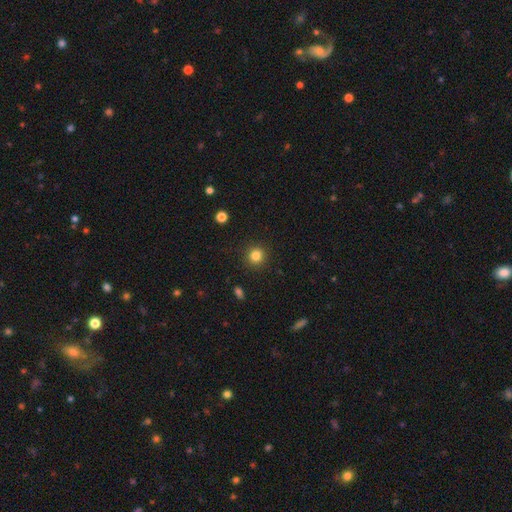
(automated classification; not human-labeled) Overall: smooth (83%). How rounded: round (91%). Merging: none (90%).